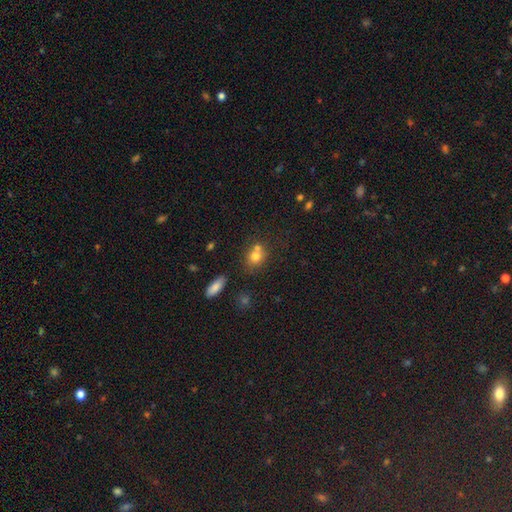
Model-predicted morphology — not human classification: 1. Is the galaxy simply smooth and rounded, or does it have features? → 74% smooth, 13% featured or disk, 12% star or artifact.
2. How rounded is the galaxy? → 63% round, 35% in between, 2% cigar-shaped.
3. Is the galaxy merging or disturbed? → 46% none, 38% merger, 12% minor disturbance, 4% major disturbance.